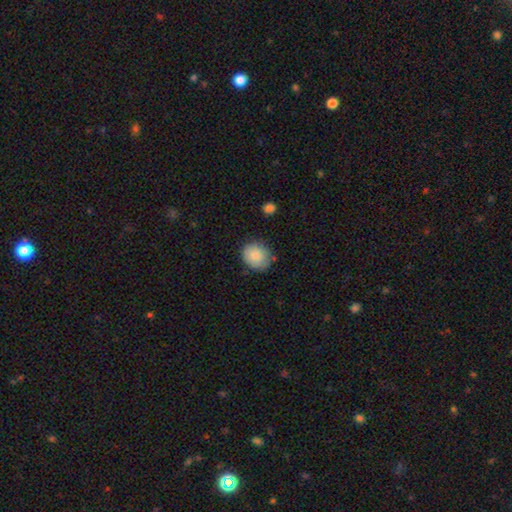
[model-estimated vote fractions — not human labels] Smooth or featured?
  - smooth: 86% *
  - star or artifact: 7%
  - featured or disk: 7%
How rounded?
  - round: 71% *
  - in between: 28%
  - cigar-shaped: 1%
Merging?
  - none: 77% *
  - minor disturbance: 17%
  - major disturbance: 4%
  - merger: 2%